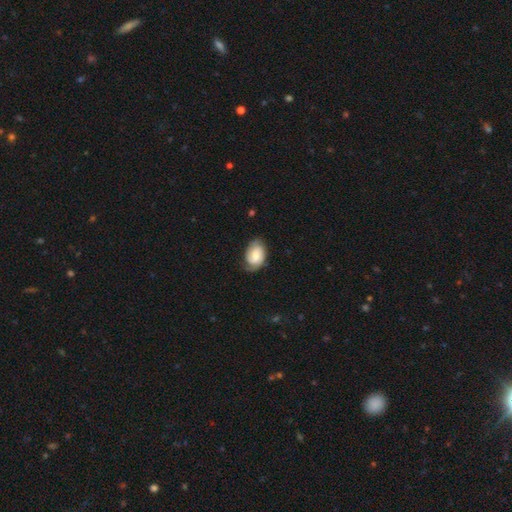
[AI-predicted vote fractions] smooth 52%, featured or disk 41%, star or artifact 7%. Down the decision tree: how rounded — in between (85%); merging — none (66%).